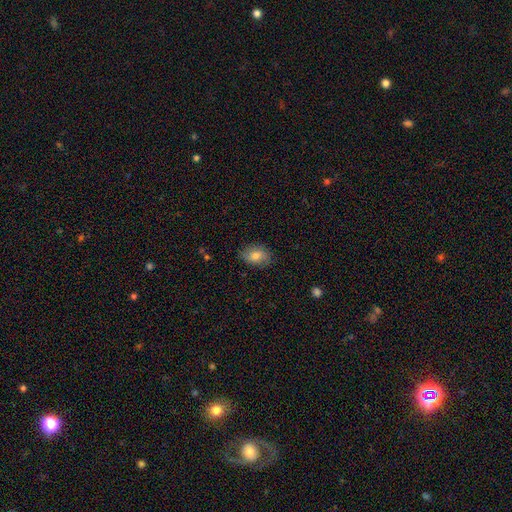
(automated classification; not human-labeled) A smooth galaxy with no disk features (75%) that is in between round and cigar-shaped (81%).

Vote fractions:
- Smooth or featured? smooth: 75% / featured or disk: 16% / star or artifact: 8%
- How rounded? in between: 81% / round: 18% / cigar-shaped: 2%
- Merging? none: 81% / minor disturbance: 15% / major disturbance: 3% / merger: 1%